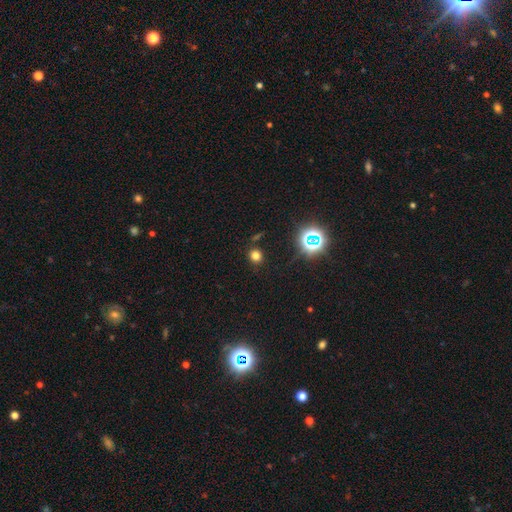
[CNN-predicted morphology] This is likely a smooth galaxy (70%). How rounded: clearly round (85%). Merging: clearly none (84%).